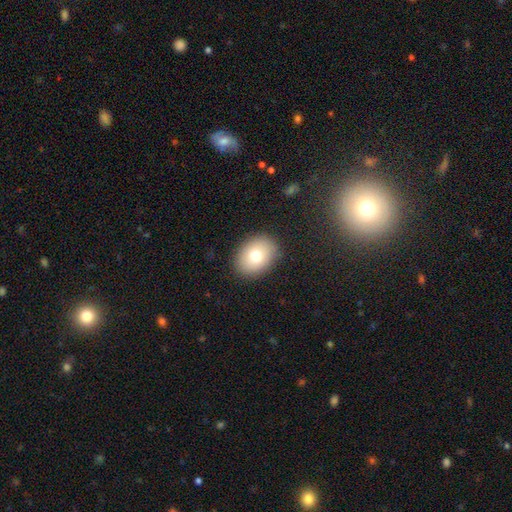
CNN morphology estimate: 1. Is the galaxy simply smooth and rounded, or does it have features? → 75% smooth, 15% featured or disk, 10% star or artifact.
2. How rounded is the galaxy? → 66% in between, 33% round, 1% cigar-shaped.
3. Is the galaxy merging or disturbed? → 87% none, 9% minor disturbance, 3% major disturbance, 1% merger.